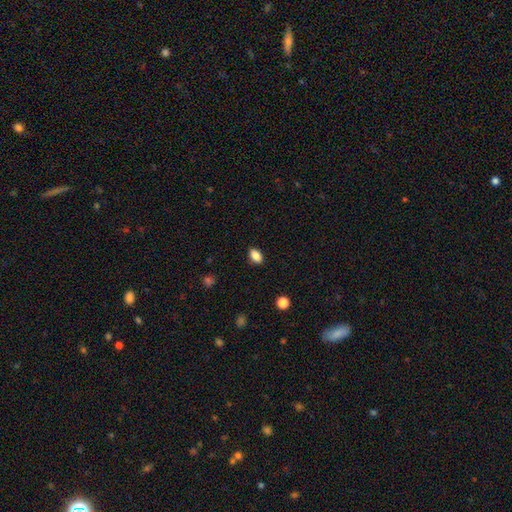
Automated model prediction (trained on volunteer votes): The model was most divided on "how rounded": in between: 88%, round: 10%, cigar-shaped: 2%. More confident: merging — none (88%); smooth or featured — smooth (87%).